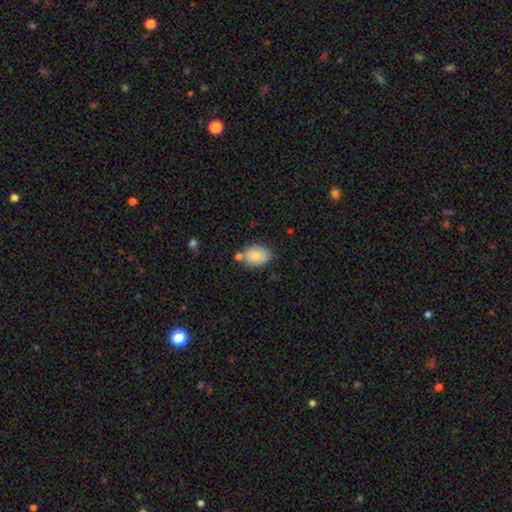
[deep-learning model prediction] Smooth or featured? Predicted: smooth (p=0.82). How rounded? Predicted: in between (p=0.77). Merging? Predicted: none (p=0.66).